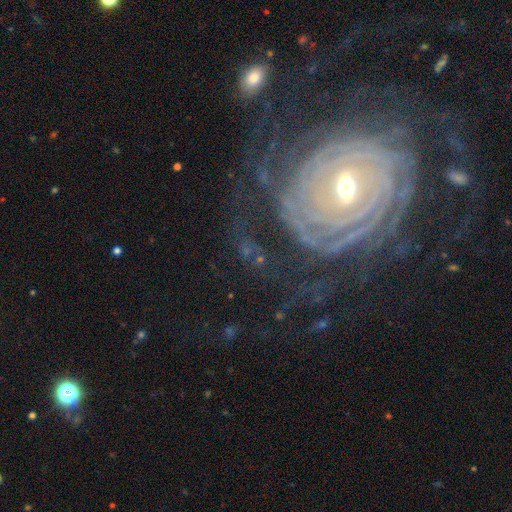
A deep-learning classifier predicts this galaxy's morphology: This appears to be a featured or disk galaxy (83%) with a weak bar (37%), tight (82%) spiral arms (93%) and a moderate central bulge (53%). Merging: none (72%).